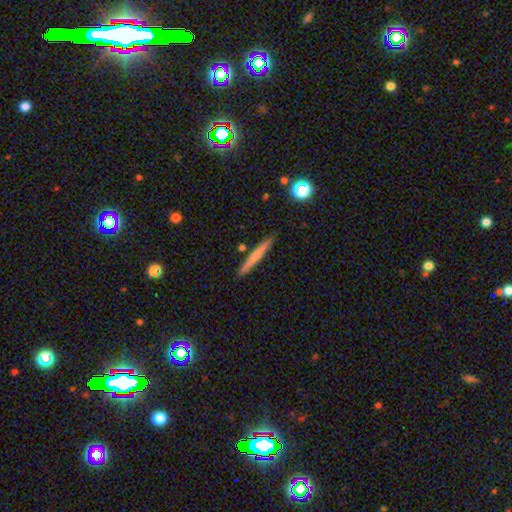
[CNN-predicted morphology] Overall: smooth (64%; featured or disk 29%). How rounded: cigar-shaped (96%). Merging: none (88%).